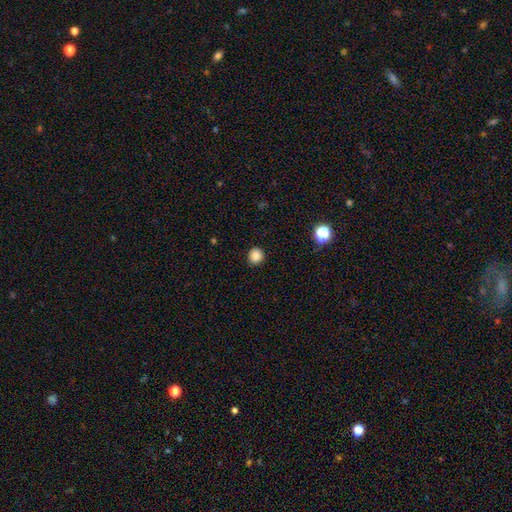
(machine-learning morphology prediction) type=smooth (86%); roundness=round (90%); merging=none (90%).